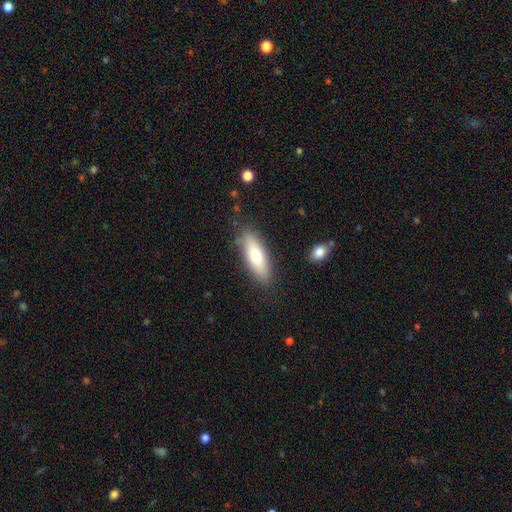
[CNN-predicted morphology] smooth-or-featured: smooth: 70% | featured or disk: 24% | star or artifact: 6%
  how-rounded: in between: 56% | cigar-shaped: 42% | round: 2%
  merging: none: 84% | minor disturbance: 12% | major disturbance: 3% | merger: 2%